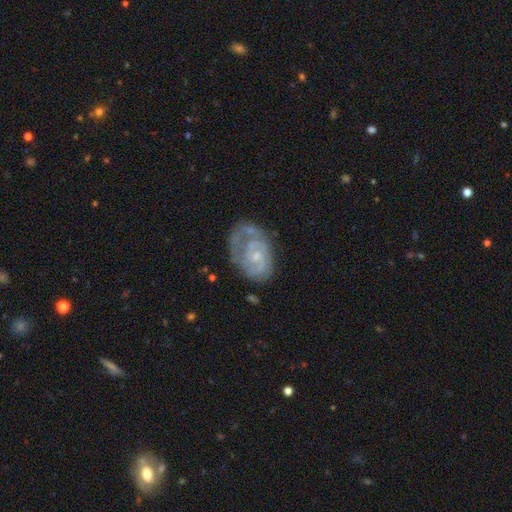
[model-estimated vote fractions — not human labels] Morphology: type=featured or disk (82%); edge-on=no (97%); bar=no (64%); spiral arms=yes (91%); winding=tight (54%); arm count=2 (55%); bulge=small (62%); merging=none (56%).